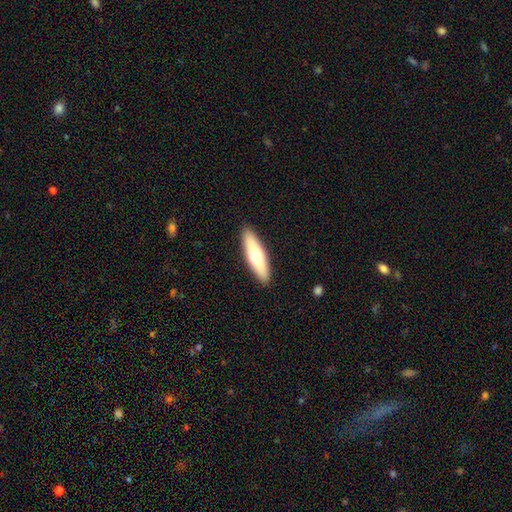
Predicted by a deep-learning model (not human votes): Q: Smooth or featured?
A: smooth (57%); runner-up: featured or disk (37%)
Q: How rounded?
A: cigar-shaped (63%); runner-up: in between (35%)
Q: Merging?
A: none (90%); runner-up: minor disturbance (7%)